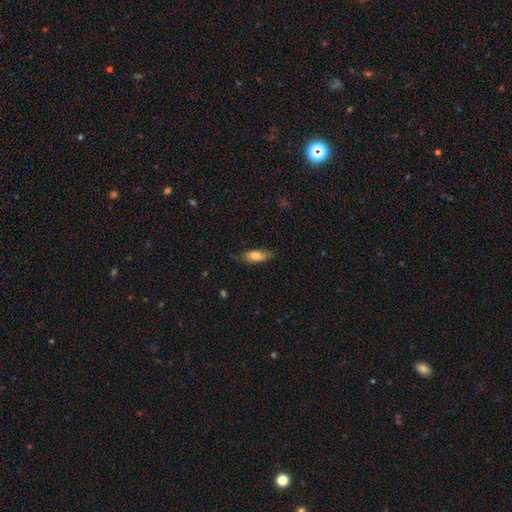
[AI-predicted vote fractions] Smooth or featured? Predicted: smooth (p=0.80). How rounded? Predicted: in between (p=0.77). Merging? Predicted: none (p=0.70).